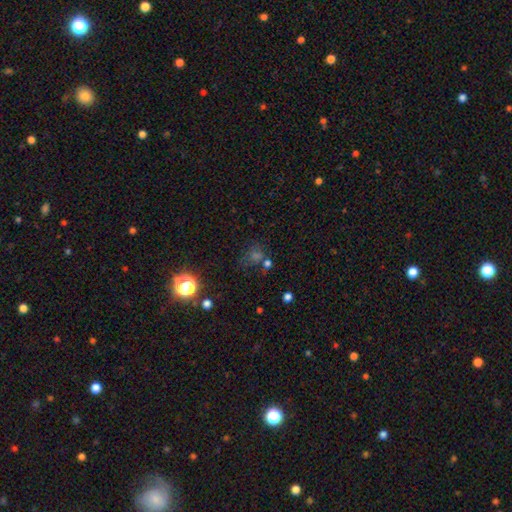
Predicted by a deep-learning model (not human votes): Morphology: type=star or artifact (47%).